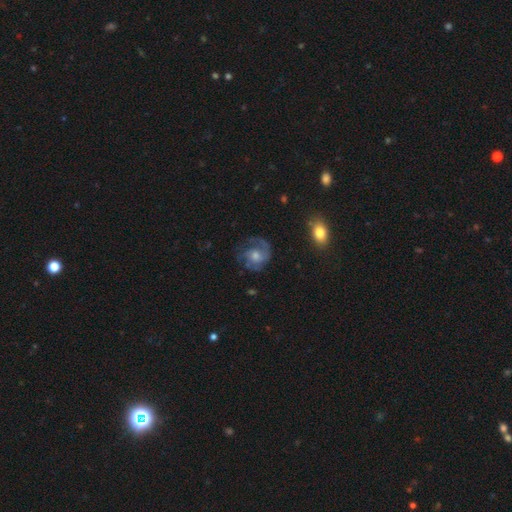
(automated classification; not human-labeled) This appears to be a featured or disk galaxy (77%) with no bar (68%), 2 (44%) medium (43%, tied with tight) spiral arms (93%) and a moderate central bulge (57%). Merging: none (66%).